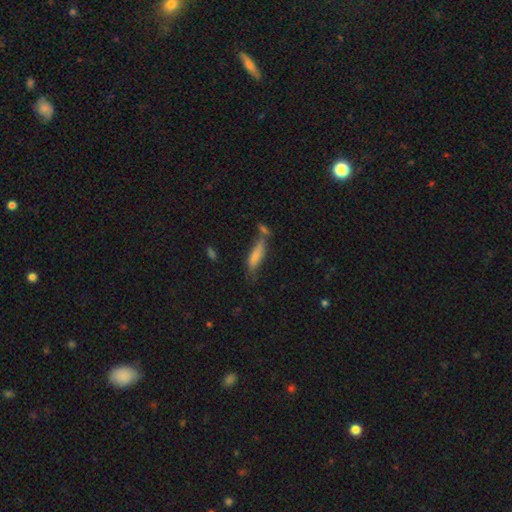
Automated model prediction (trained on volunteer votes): This appears to be a smooth galaxy with no disk features (76%) that is cigar-shaped (61%). Merging: none (44%).